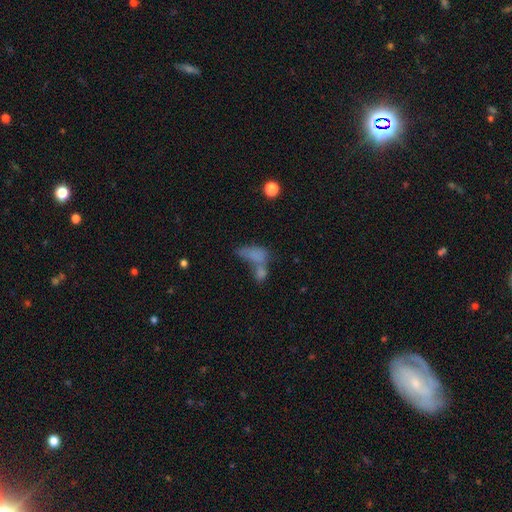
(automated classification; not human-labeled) Smooth or featured? Predicted: smooth (p=0.67). How rounded? Predicted: in between (p=0.76). Merging? Predicted: merger (p=0.56).